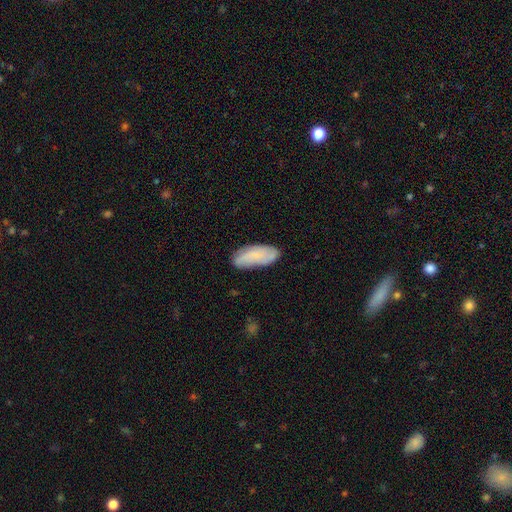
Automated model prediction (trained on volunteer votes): Smooth or featured? Predicted: smooth (p=0.65). How rounded? Predicted: in between (p=0.80). Merging? Predicted: none (p=0.76).